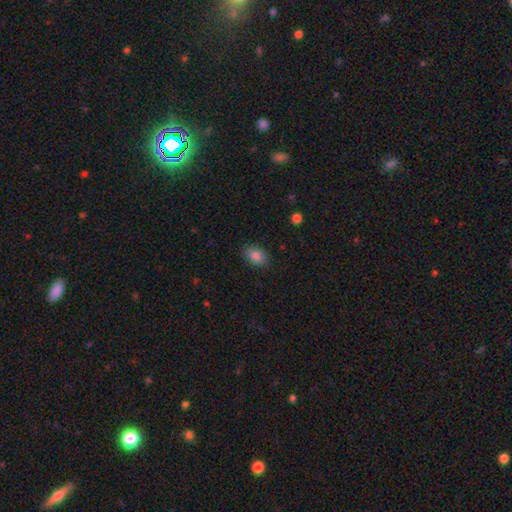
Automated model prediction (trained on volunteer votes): A smooth galaxy with no disk features (86%) that is in between round and cigar-shaped (83%).

Vote fractions:
- Smooth or featured? smooth: 86% / star or artifact: 9% / featured or disk: 6%
- How rounded? in between: 83% / round: 16% / cigar-shaped: 1%
- Merging? none: 87% / minor disturbance: 10% / major disturbance: 3% / merger: 1%